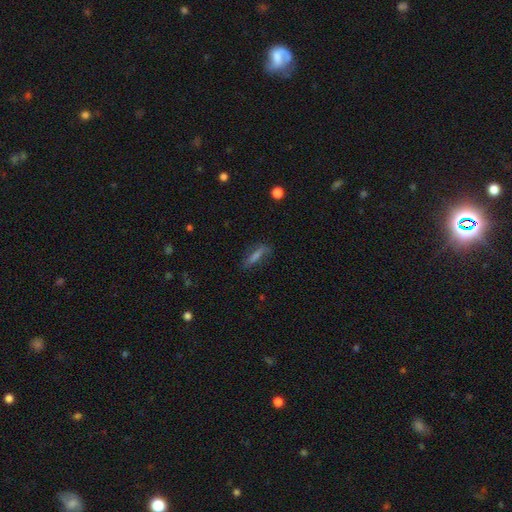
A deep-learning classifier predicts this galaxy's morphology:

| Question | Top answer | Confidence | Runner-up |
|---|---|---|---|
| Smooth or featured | smooth | 54% | featured or disk (31%) |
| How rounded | cigar-shaped | 73% | in between (24%) |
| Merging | none | 72% | minor disturbance (19%) |